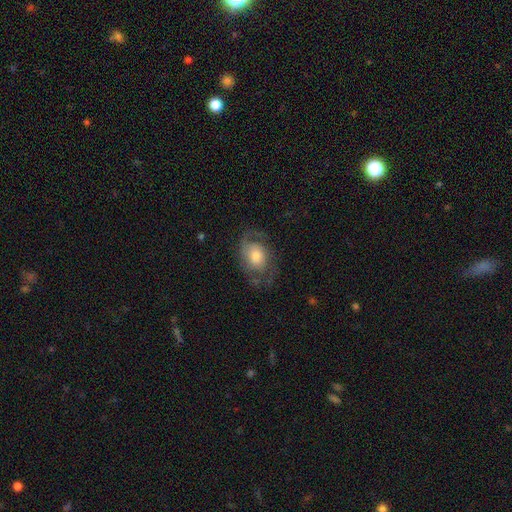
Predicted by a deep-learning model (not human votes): Smooth or featured?
  - featured or disk: 63% *
  - smooth: 30%
  - star or artifact: 8%
Edge-on disk?
  - no: 96% *
  - yes: 4%
Bar?
  - no: 72% *
  - weak: 23%
  - strong: 4%
Spiral arms?
  - yes: 85% *
  - no: 15%
Spiral winding?
  - medium: 47% *
  - loose: 27%
  - tight: 26%
Spiral arm count?
  - 2: 75% *
  - can't tell: 12%
  - 1: 7%
  - 3: 4%
  - 4: 2%
  - more than 4: 2%
Bulge size?
  - moderate: 48% *
  - large: 23%
  - small: 22%
  - dominant: 4%
  - none: 3%
Merging?
  - none: 61% *
  - minor disturbance: 20%
  - major disturbance: 17%
  - merger: 1%